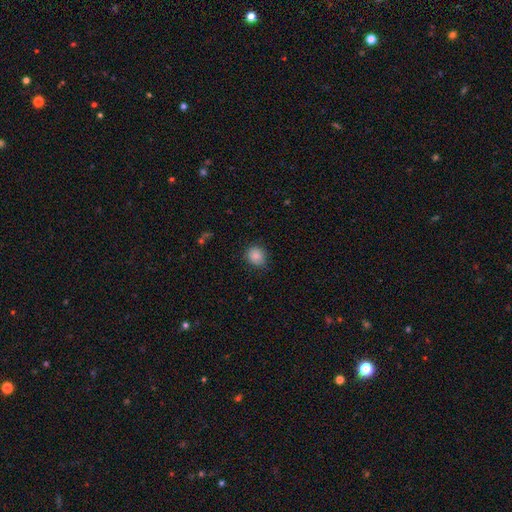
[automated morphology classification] smooth_or_featured: smooth (p=0.87) [alt: star or artifact p=0.10]
how_rounded: round (p=0.74) [alt: in between p=0.26]
merging: none (p=0.83) [alt: minor disturbance p=0.13]